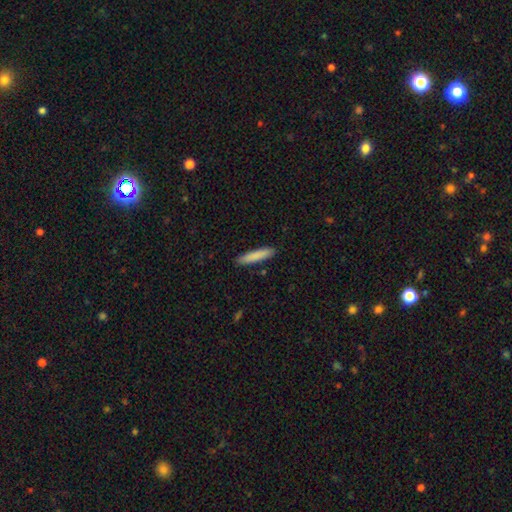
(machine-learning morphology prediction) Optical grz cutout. It shows a smooth galaxy with no disk features (85%) that is cigar-shaped (88%). Merging: none (89%).